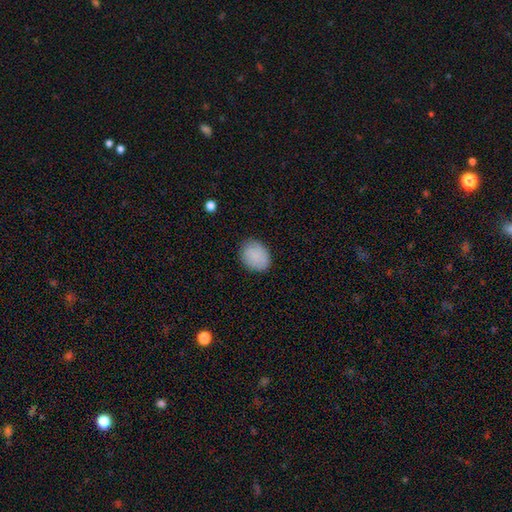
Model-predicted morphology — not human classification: smooth 86%, featured or disk 7%, star or artifact 7%. Down the decision tree: how rounded — in between (62%); merging — none (81%).